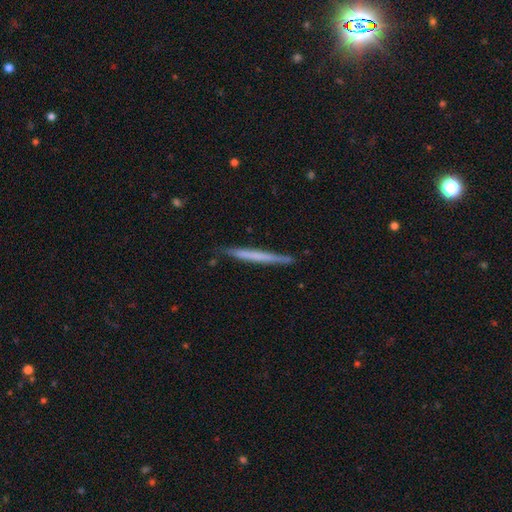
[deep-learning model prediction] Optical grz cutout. It shows a smooth galaxy with no disk features (53%) that is cigar-shaped (97%). Merging: none (87%).